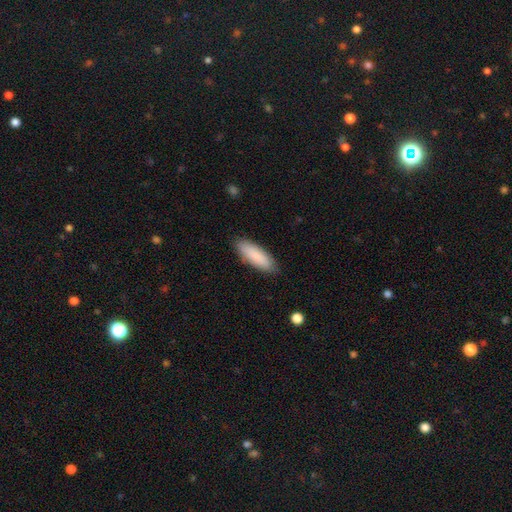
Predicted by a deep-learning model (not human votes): smooth-or-featured: smooth: 89% | featured or disk: 6% | star or artifact: 5%
  how-rounded: in between: 55% | cigar-shaped: 44% | round: 1%
  merging: none: 88% | minor disturbance: 9% | major disturbance: 2% | merger: 1%